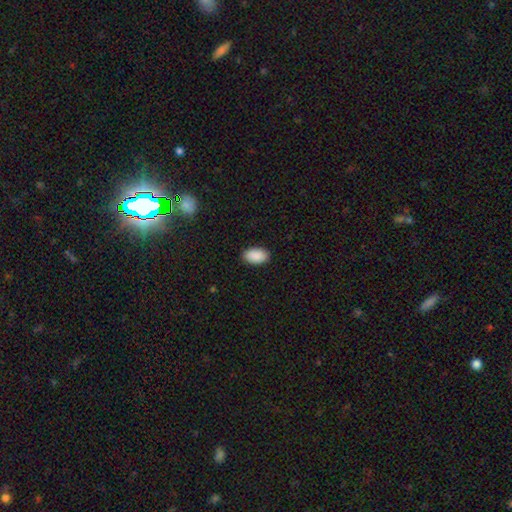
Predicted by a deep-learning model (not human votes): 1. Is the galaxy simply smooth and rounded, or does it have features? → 91% smooth, 6% star or artifact, 3% featured or disk.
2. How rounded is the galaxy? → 95% in between, 4% round, 1% cigar-shaped.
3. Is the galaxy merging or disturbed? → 89% none, 8% minor disturbance, 2% major disturbance, 1% merger.